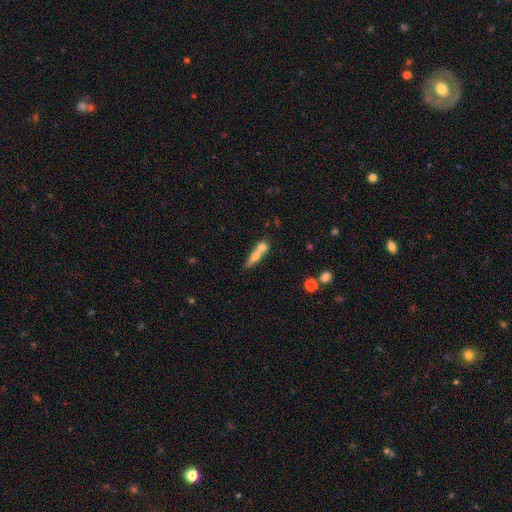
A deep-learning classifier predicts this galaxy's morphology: Smooth or featured? smooth (62%)
How rounded? in between (43%)
Merging? merger (61%)